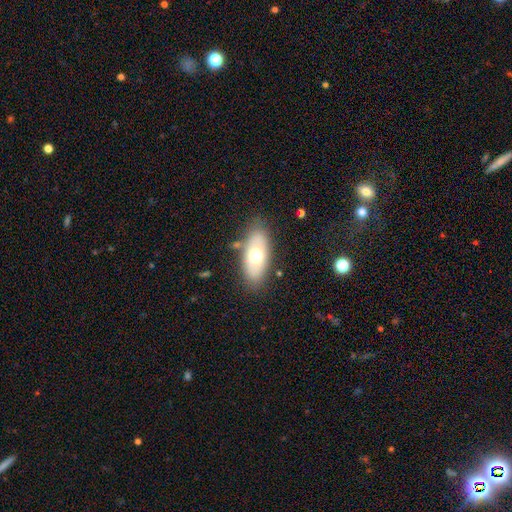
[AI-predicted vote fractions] smooth-or-featured: smooth: 55% | featured or disk: 38% | star or artifact: 7%
  how-rounded: in between: 87% | cigar-shaped: 9% | round: 4%
  merging: none: 81% | minor disturbance: 13% | major disturbance: 4% | merger: 3%